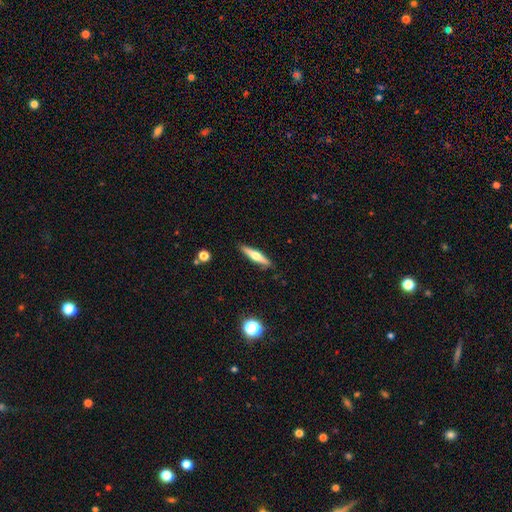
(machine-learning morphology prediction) smooth_or_featured: featured or disk (p=0.53) [alt: smooth p=0.41]
disk_edge_on: yes (p=0.95) [alt: no p=0.05]
edge_on_bulge: rounded (p=0.89) [alt: none p=0.06]
merging: none (p=0.88) [alt: minor disturbance p=0.09]